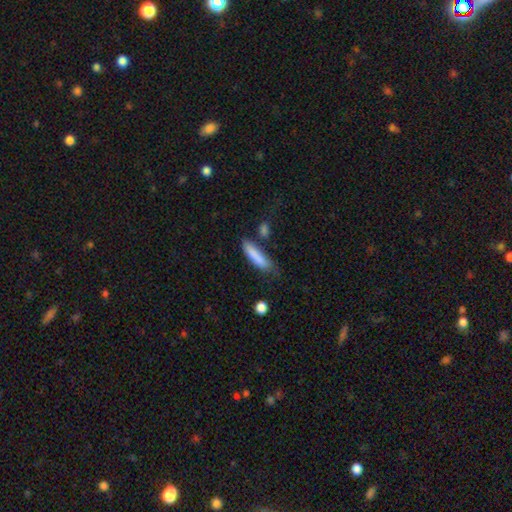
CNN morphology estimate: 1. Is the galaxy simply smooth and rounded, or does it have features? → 83% smooth, 11% featured or disk, 6% star or artifact.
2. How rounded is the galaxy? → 70% cigar-shaped, 28% in between, 2% round.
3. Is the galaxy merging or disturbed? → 59% none, 25% minor disturbance, 8% merger, 8% major disturbance.